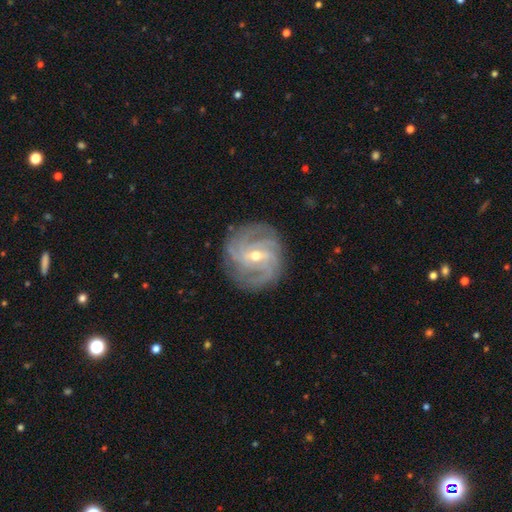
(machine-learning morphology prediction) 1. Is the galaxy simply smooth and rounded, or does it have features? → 88% featured or disk, 6% smooth, 6% star or artifact.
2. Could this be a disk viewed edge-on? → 97% no, 3% yes.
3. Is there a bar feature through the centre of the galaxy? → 50% weak, 25% no, 24% strong.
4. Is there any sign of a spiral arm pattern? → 97% yes, 3% no.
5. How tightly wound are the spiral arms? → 55% tight, 35% medium, 9% loose.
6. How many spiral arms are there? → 24% can't tell, 23% 4, 22% 3, 15% 2, 9% more than 4, 7% 1.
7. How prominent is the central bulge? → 51% small, 46% moderate, 1% large, 1% none, 1% dominant.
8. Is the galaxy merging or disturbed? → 83% none, 12% minor disturbance, 4% major disturbance, 1% merger.